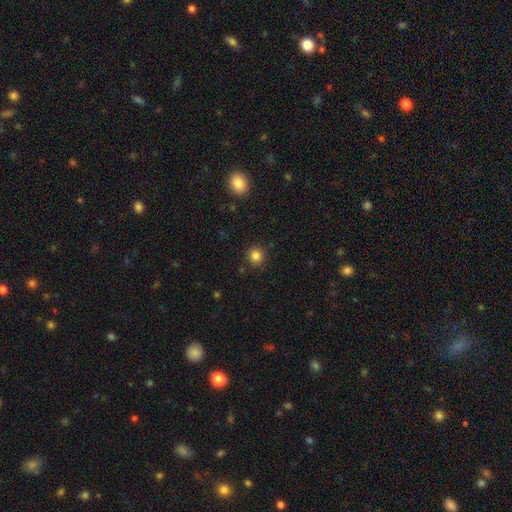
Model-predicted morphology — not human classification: smooth-or-featured: smooth: 84% | star or artifact: 12% | featured or disk: 4%
  how-rounded: round: 93% | in between: 6% | cigar-shaped: 1%
  merging: none: 89% | minor disturbance: 7% | major disturbance: 2% | merger: 2%